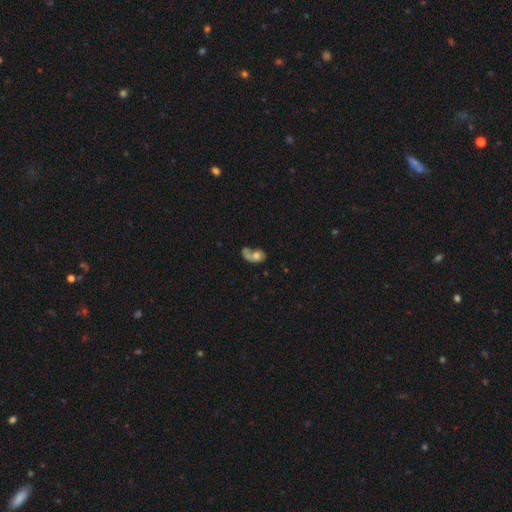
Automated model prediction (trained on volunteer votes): This appears to be a smooth galaxy with no disk features (51%) that is in between round and cigar-shaped (76%). Merging: merger (32%).